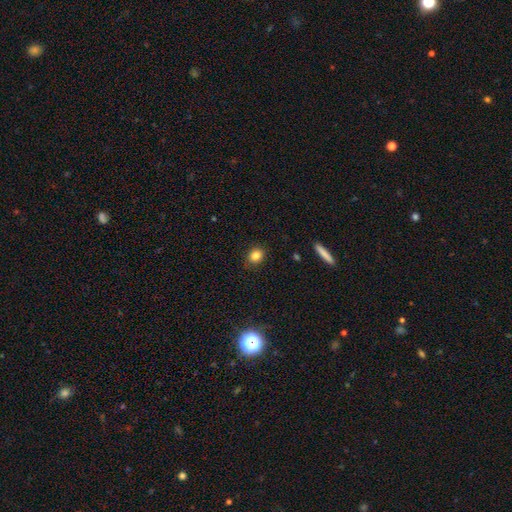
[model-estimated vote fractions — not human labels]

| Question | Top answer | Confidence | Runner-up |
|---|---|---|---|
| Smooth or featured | smooth | 83% | star or artifact (11%) |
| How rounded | round | 68% | in between (31%) |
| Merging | none | 87% | minor disturbance (10%) |